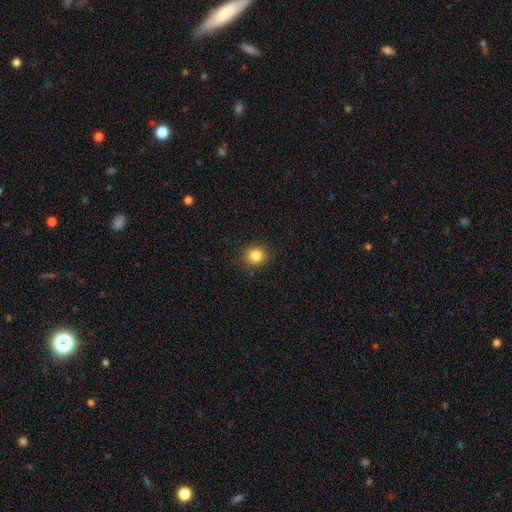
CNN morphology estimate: This appears to be a smooth galaxy with no disk features (84%) that is round (85%). Merging: none (89%).